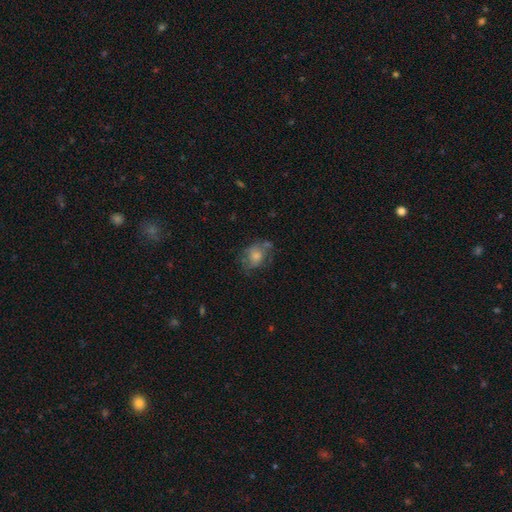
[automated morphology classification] Q: Smooth or featured?
A: smooth (57%); runner-up: featured or disk (34%)
Q: How rounded?
A: in between (56%); runner-up: round (42%)
Q: Merging?
A: none (48%); runner-up: minor disturbance (27%)